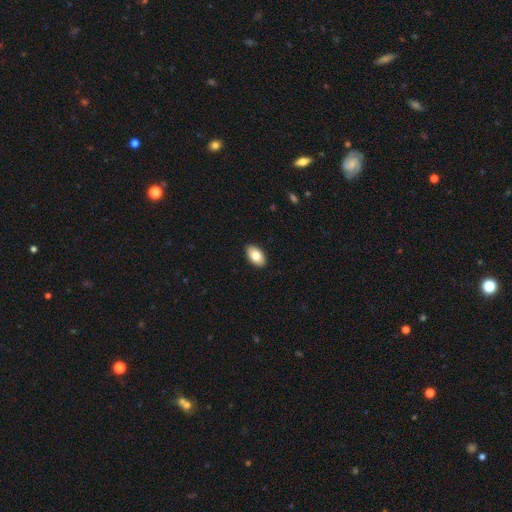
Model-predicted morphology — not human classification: type=smooth (81%); roundness=in between (94%); merging=none (90%).